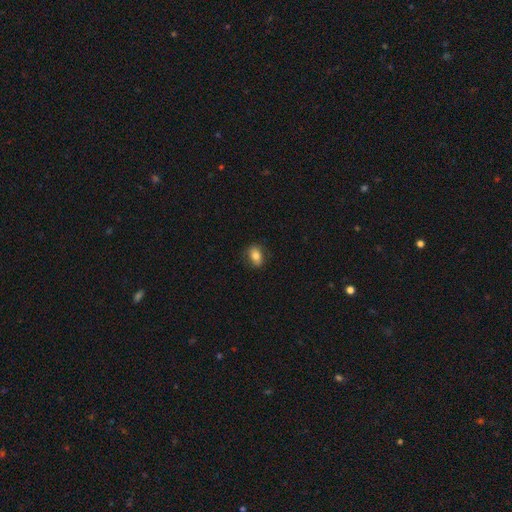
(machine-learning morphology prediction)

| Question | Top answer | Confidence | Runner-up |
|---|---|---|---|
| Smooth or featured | smooth | 80% | featured or disk (11%) |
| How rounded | in between | 81% | round (16%) |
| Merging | none | 84% | minor disturbance (13%) |